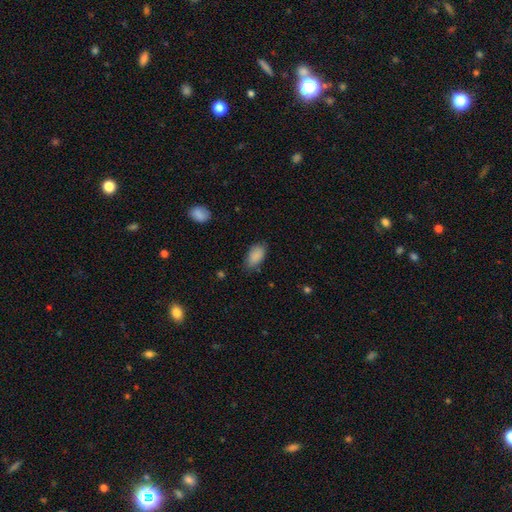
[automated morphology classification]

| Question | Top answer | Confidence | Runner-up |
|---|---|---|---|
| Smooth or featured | smooth | 88% | star or artifact (7%) |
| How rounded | in between | 92% | round (4%) |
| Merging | none | 75% | minor disturbance (19%) |